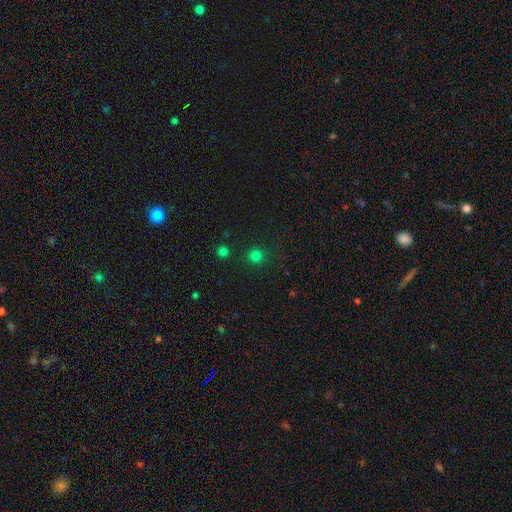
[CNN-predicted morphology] A smooth galaxy with no disk features (78%) that is round (94%).

Vote fractions:
- Smooth or featured? smooth: 78% / star or artifact: 19% / featured or disk: 4%
- How rounded? round: 94% / in between: 5% / cigar-shaped: 1%
- Merging? none: 90% / minor disturbance: 5% / major disturbance: 2% / merger: 2%